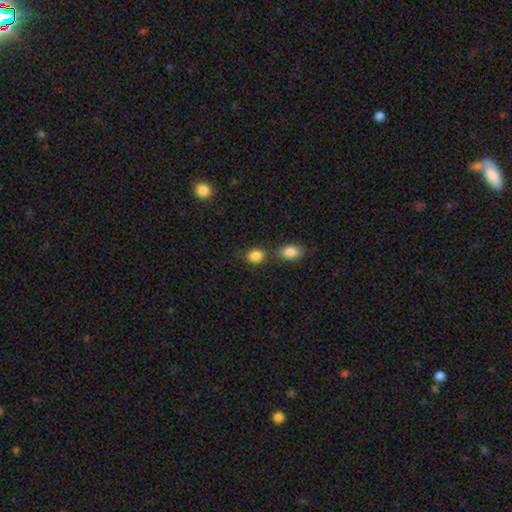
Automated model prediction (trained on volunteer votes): Smooth or featured? smooth (86%)
How rounded? in between (50%)
Merging? none (59%)